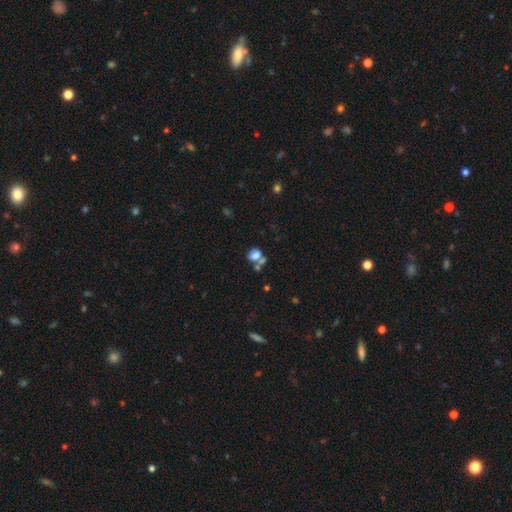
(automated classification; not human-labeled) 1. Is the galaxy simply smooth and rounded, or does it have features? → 73% smooth, 15% featured or disk, 12% star or artifact.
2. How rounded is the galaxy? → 52% round, 46% in between, 1% cigar-shaped.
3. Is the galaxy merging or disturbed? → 40% merger, 39% none, 13% minor disturbance, 7% major disturbance.